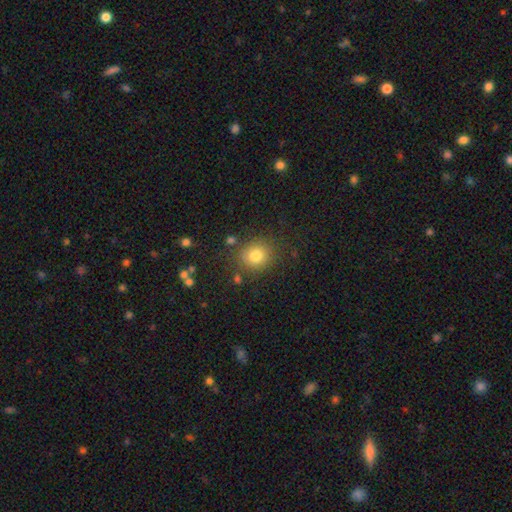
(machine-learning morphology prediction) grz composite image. It shows a smooth galaxy with no disk features (80%) that is round (82%). Merging: none (82%).